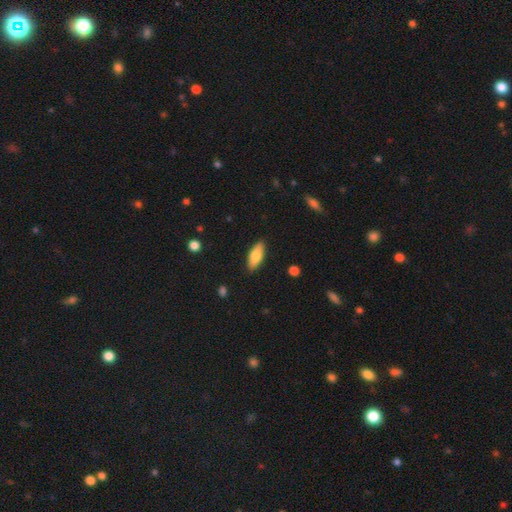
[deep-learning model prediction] The model was most divided on "how rounded": in between: 76%, cigar-shaped: 22%, round: 2%. More confident: merging — none (88%); smooth or featured — smooth (78%).